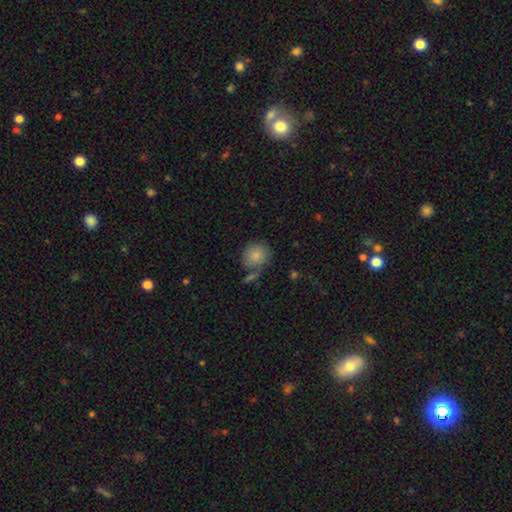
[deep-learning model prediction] Smooth or featured? smooth (85%)
How rounded? round (85%)
Merging? none (67%)